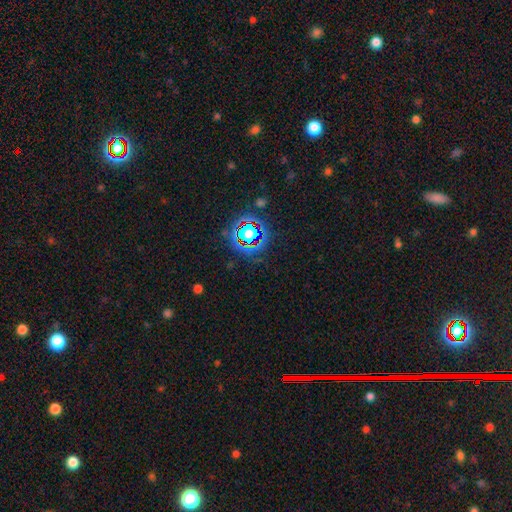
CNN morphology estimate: A star or artifact, not a galaxy (80%).